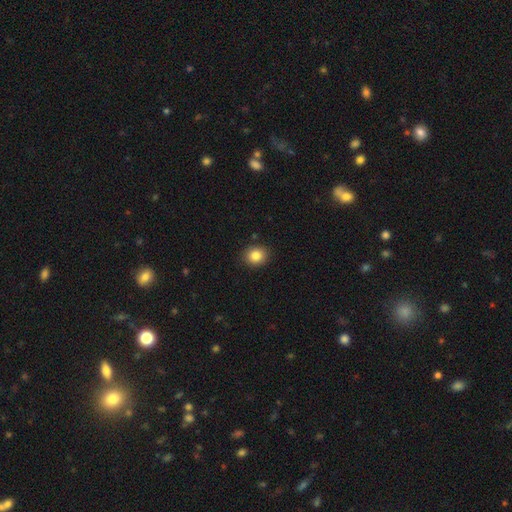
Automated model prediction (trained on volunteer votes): smooth 85%, star or artifact 10%, featured or disk 6%. Down the decision tree: how rounded — round (72%); merging — none (89%).